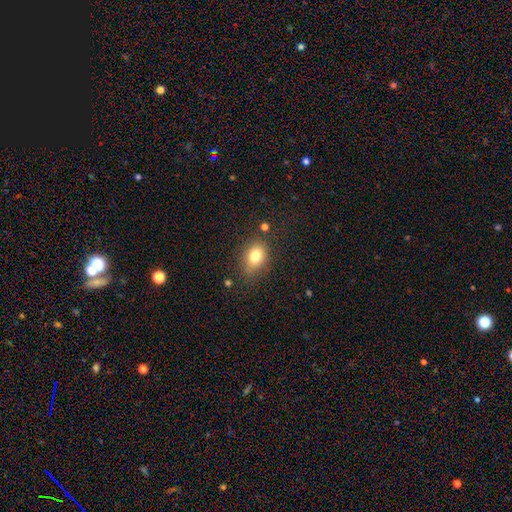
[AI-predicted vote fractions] smooth 79%, star or artifact 10%, featured or disk 10%. Down the decision tree: how rounded — in between (68%); merging — none (70%).